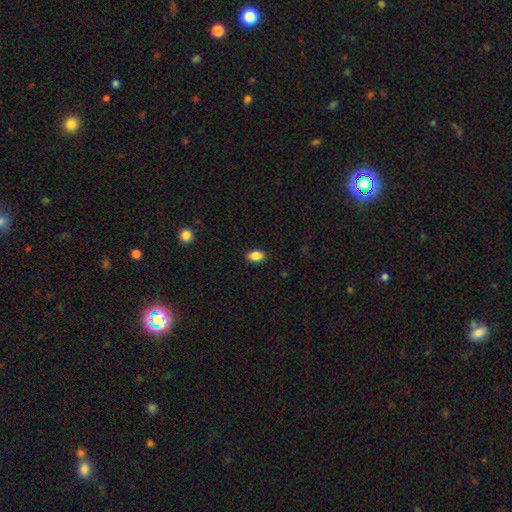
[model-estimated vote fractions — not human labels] smooth_or_featured: smooth (p=0.87) [alt: star or artifact p=0.09]
how_rounded: in between (p=0.89) [alt: round p=0.09]
merging: none (p=0.88) [alt: minor disturbance p=0.09]